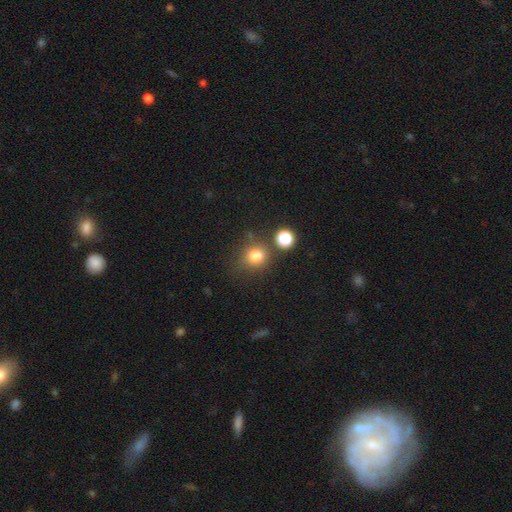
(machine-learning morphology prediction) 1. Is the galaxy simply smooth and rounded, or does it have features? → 78% smooth, 15% star or artifact, 7% featured or disk.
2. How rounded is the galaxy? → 73% round, 26% in between, 1% cigar-shaped.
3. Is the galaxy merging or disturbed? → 65% none, 16% minor disturbance, 13% merger, 6% major disturbance.